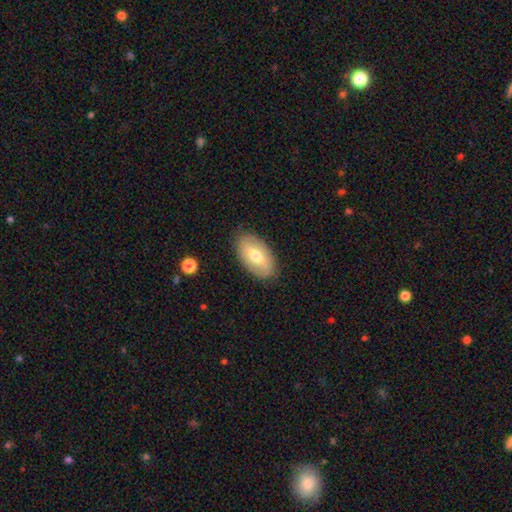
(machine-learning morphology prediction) A smooth galaxy with no disk features (54%) that is in between round and cigar-shaped (93%). Merging: none (85%).